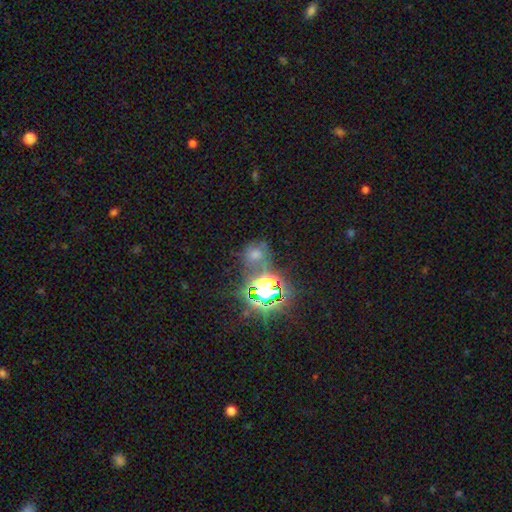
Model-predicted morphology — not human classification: smooth_or_featured: star or artifact (p=0.46) [alt: smooth p=0.39]